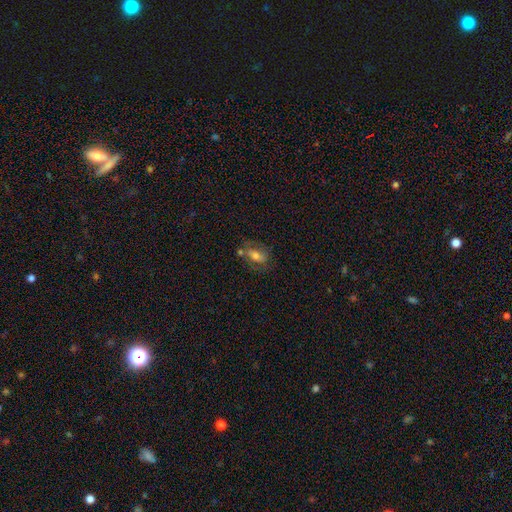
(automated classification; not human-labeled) smooth 57%, featured or disk 33%, star or artifact 10%. Down the decision tree: how rounded — in between (81%); merging — none (50%).